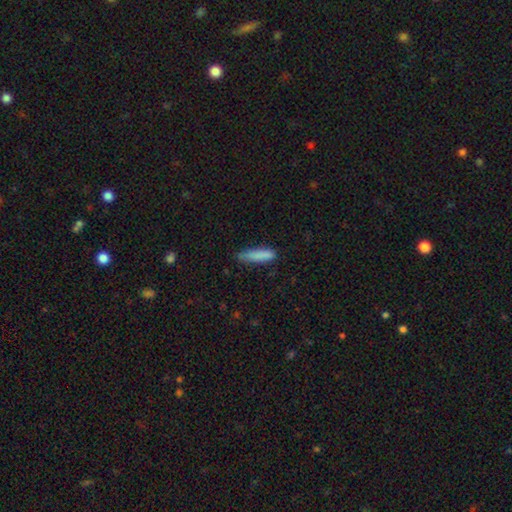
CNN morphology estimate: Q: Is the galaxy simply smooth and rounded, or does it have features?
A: smooth — 84%.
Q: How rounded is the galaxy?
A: cigar-shaped — 75%.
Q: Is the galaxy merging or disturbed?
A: none — 60%.